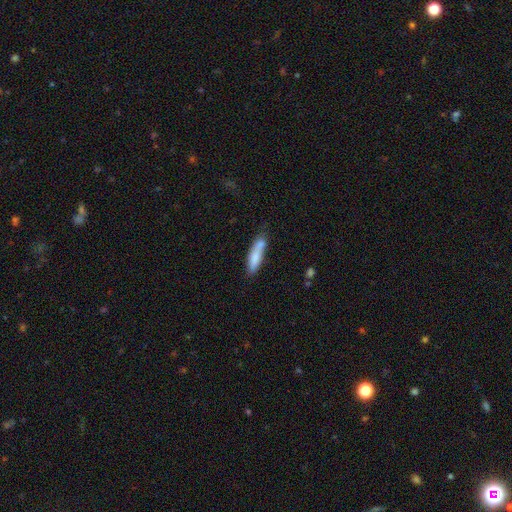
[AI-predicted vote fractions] A smooth galaxy with no disk features (78%) that is cigar-shaped (72%).

Vote fractions:
- Smooth or featured? smooth: 78% / featured or disk: 16% / star or artifact: 7%
- How rounded? cigar-shaped: 72% / in between: 26% / round: 2%
- Merging? none: 57% / minor disturbance: 20% / merger: 17% / major disturbance: 5%